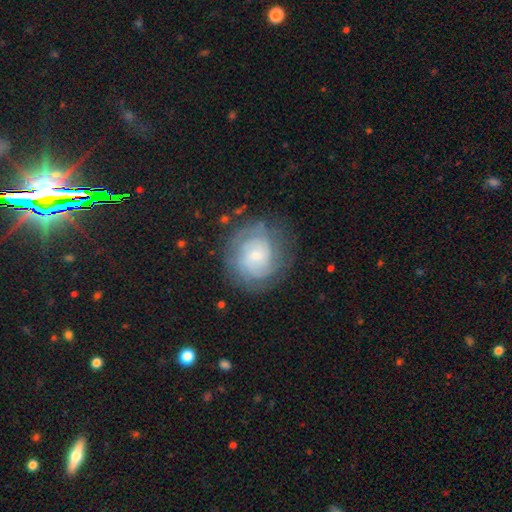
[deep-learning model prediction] This is likely a featured or disk galaxy (71%). It is clearly not viewed edge-on (98%). Bar: likely no (60%). Spiral arm pattern: clearly yes (90%). Spiral arm count: marginally can't tell (41%). Spiral winding: likely tight (66%). Central bulge: likely small (62%). Merging: likely none (75%).